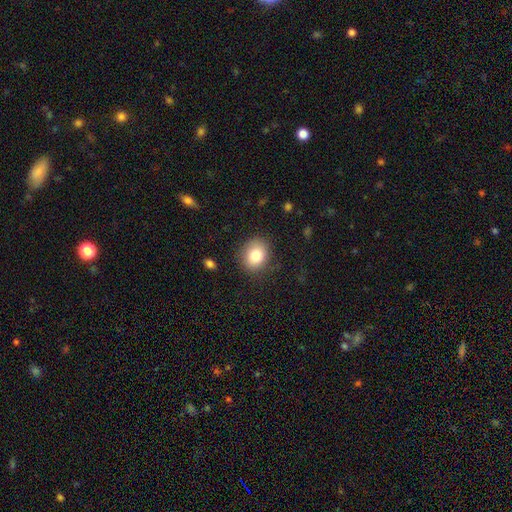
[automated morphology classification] The model was most divided on "how rounded": round: 60%, in between: 39%, cigar-shaped: 1%. More confident: merging — none (84%); smooth or featured — smooth (82%).